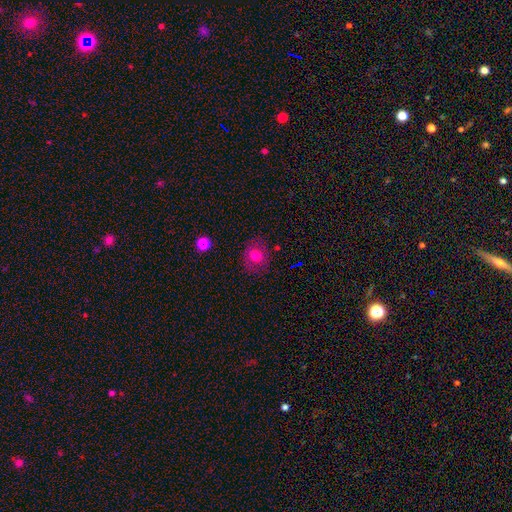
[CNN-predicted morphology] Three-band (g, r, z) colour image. It shows a smooth galaxy with no disk features (70%) that is round (69%). Merging: none (83%).